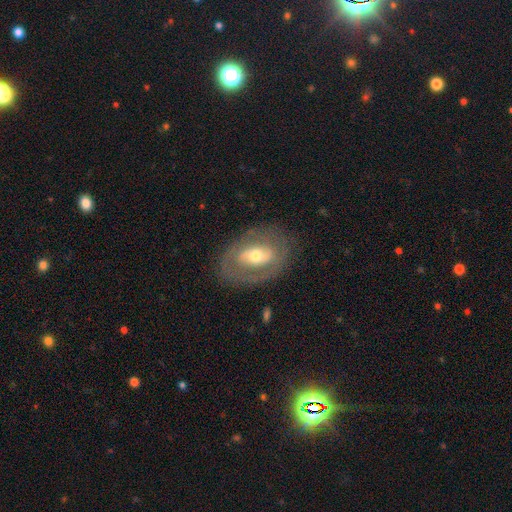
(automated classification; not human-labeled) A featured or disk galaxy (63%) with no bar (41%), no spiral arms (63%) and a moderate central bulge (59%).

Vote fractions:
- Smooth or featured? featured or disk: 63% / smooth: 31% / star or artifact: 7%
- Edge-on disk? no: 92% / yes: 8%
- Bar? no: 41% / weak: 32% / strong: 27%
- Spiral arms? no: 63% / yes: 37%
- Bulge size? moderate: 59% / small: 31% / large: 8% / dominant: 1% / none: 1%
- Merging? none: 76% / minor disturbance: 14% / major disturbance: 8% / merger: 1%